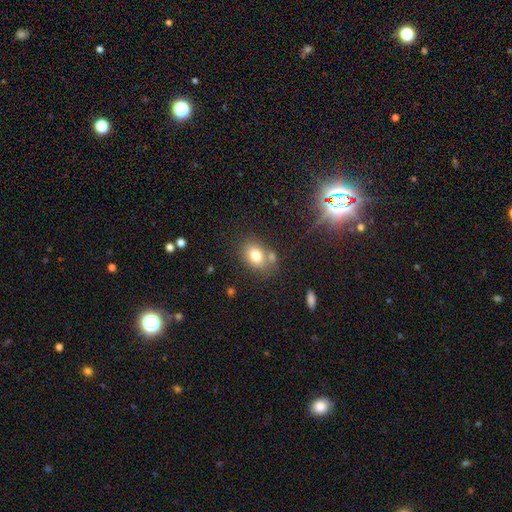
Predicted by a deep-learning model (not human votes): Overall: smooth (77%). How rounded: in between (68%; round 31%). Merging: none (62%).